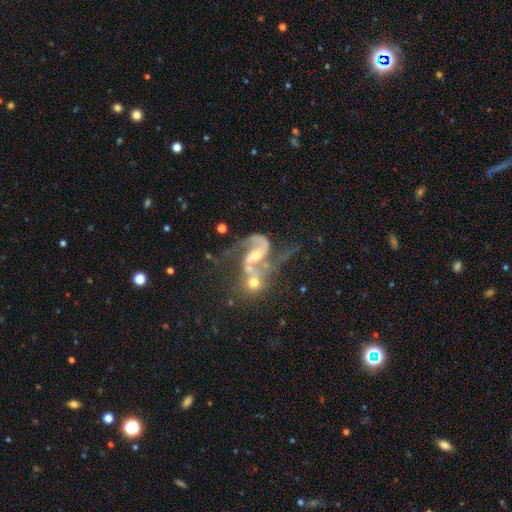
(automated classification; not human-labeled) A featured or disk galaxy (85%) with no bar (39%, tied with weak), 2 (82%) loose (47%) spiral arms (93%) and a moderate central bulge (47%).

Vote fractions:
- Smooth or featured? featured or disk: 85% / star or artifact: 8% / smooth: 8%
- Edge-on disk? no: 97% / yes: 3%
- Bar? no: 39% (tied) / weak: 39% (tied) / strong: 22%
- Spiral arms? yes: 93% / no: 7%
- Spiral winding? loose: 47% / medium: 42% / tight: 10%
- Spiral arm count? 2: 82% / 1: 9% / can't tell: 5% / 3: 2% / 4: 1% / more than 4: 1%
- Bulge size? moderate: 47% / small: 44% / none: 5% / large: 4% / dominant: 1%
- Merging? merger: 51% / none: 23% / major disturbance: 16% / minor disturbance: 10%